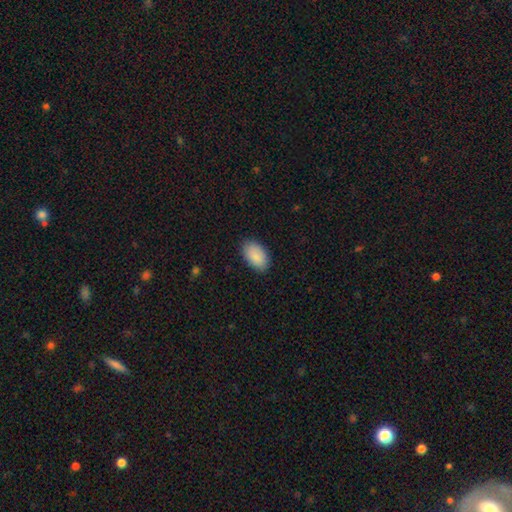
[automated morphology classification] smooth-or-featured: smooth: 89% | star or artifact: 6% | featured or disk: 5%
  how-rounded: in between: 95% | round: 4% | cigar-shaped: 1%
  merging: none: 87% | minor disturbance: 10% | major disturbance: 2% | merger: 1%